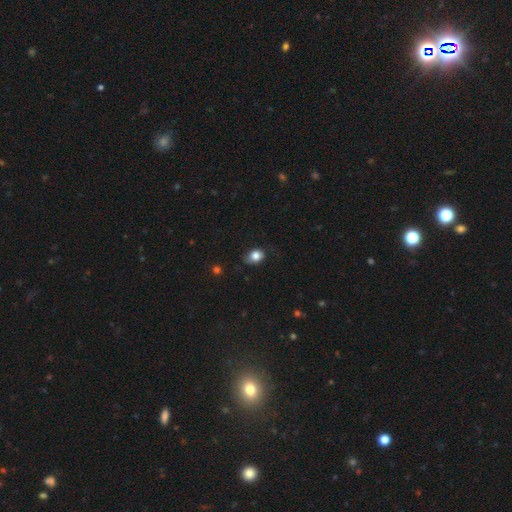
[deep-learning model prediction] Overall: smooth (83%). How rounded: in between (61%; round 38%). Merging: none (71%).